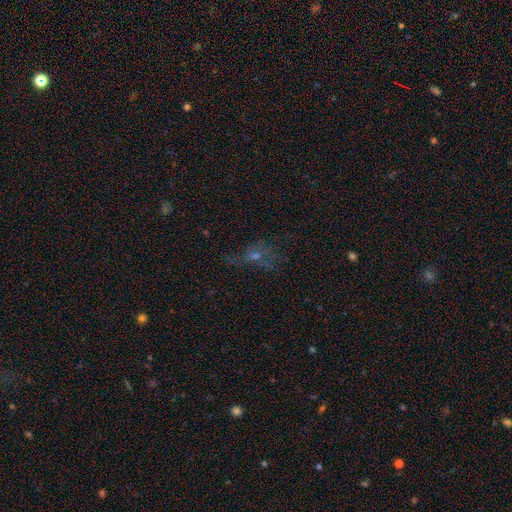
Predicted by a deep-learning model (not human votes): Q: Smooth or featured?
A: star or artifact (35%); runner-up: featured or disk (34%)